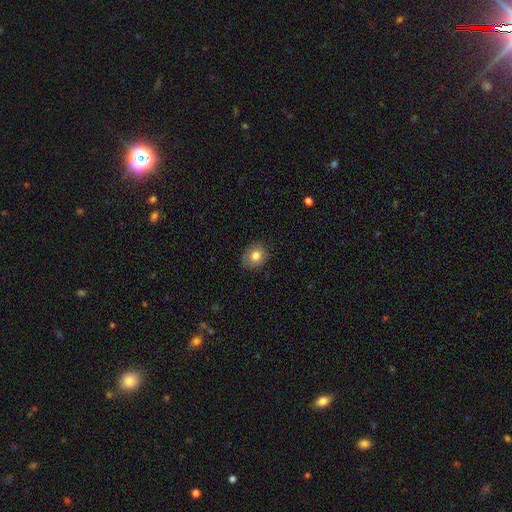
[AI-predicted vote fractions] A smooth galaxy with no disk features (81%) that is round (64%). Merging: none (83%).